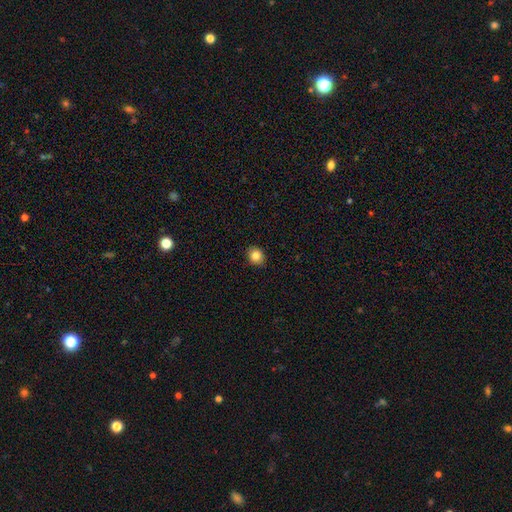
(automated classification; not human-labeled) Morphology: type=smooth (84%); roundness=round (69%); merging=none (90%).